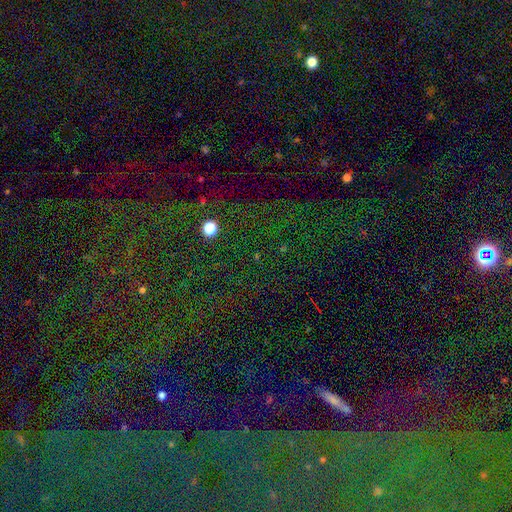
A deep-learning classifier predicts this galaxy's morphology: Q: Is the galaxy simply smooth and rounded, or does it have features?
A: star or artifact — 79%.